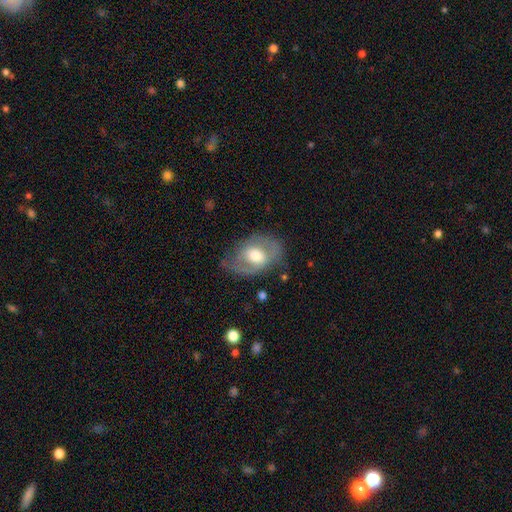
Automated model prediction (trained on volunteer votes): Overall: featured or disk (57%; smooth 37%). Edge-on disk: no (94%). Bar: no (48%; weak 37%). Spiral arms: yes (60%; no 40%). Bulge size: moderate (58%; large 30%). Merging: none (63%).